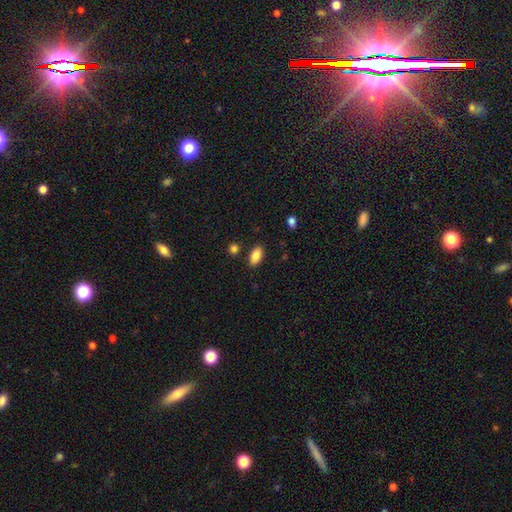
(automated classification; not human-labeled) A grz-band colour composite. It shows a smooth galaxy with no disk features (86%) that is in between round and cigar-shaped (92%). Merging: none (85%).